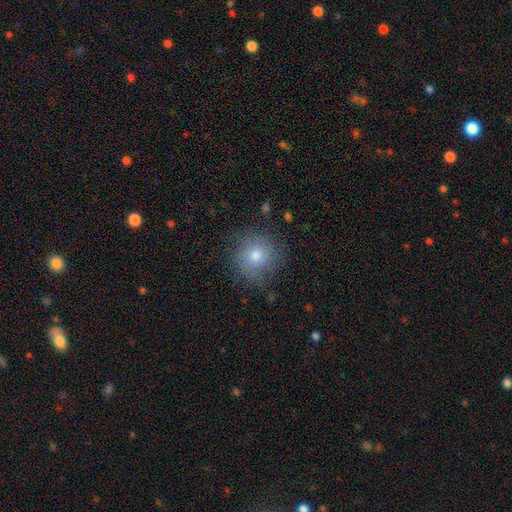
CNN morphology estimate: This is likely a smooth galaxy (76%). How rounded: clearly round (91%). Merging: clearly none (81%).